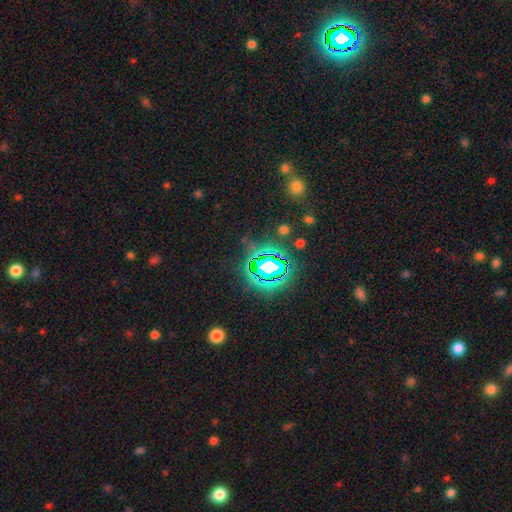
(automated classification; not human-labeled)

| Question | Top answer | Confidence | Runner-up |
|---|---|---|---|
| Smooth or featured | star or artifact | 76% | smooth (16%) |